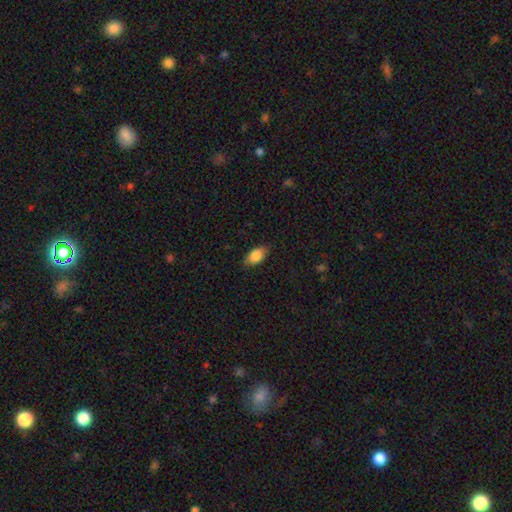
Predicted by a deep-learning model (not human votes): Morphology: type=smooth (85%); roundness=in between (89%); merging=none (82%).